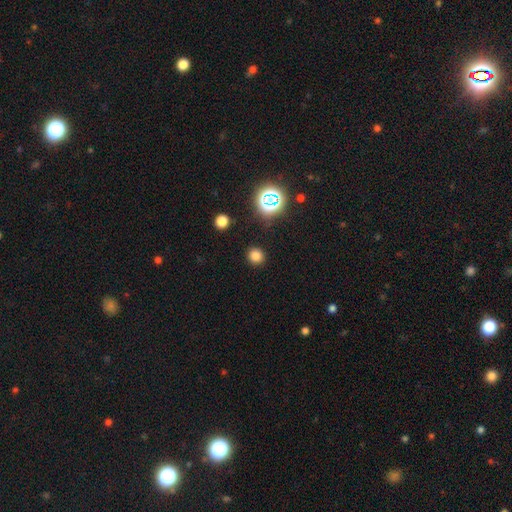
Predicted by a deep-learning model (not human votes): Q: Smooth or featured?
A: smooth (76%); runner-up: star or artifact (19%)
Q: How rounded?
A: round (89%); runner-up: in between (10%)
Q: Merging?
A: none (90%); runner-up: minor disturbance (6%)